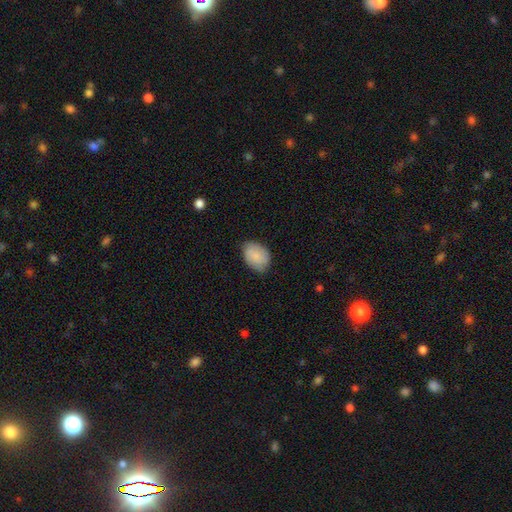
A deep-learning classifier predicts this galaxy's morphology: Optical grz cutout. It shows a smooth galaxy with no disk features (84%) that is in between round and cigar-shaped (79%). Merging: none (74%).